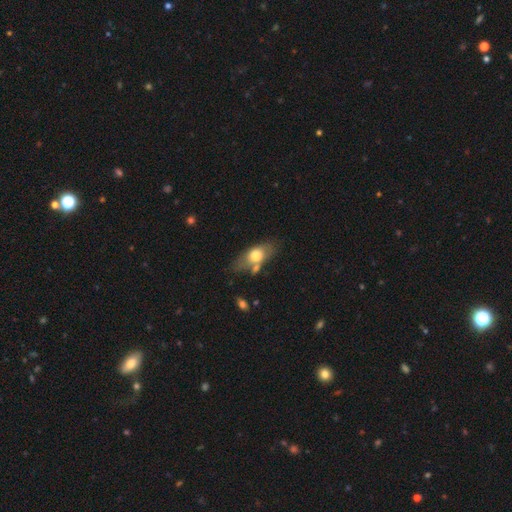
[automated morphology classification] Smooth or featured? Predicted: smooth (p=0.63). How rounded? Predicted: in between (p=0.80). Merging? Predicted: none (p=0.57).